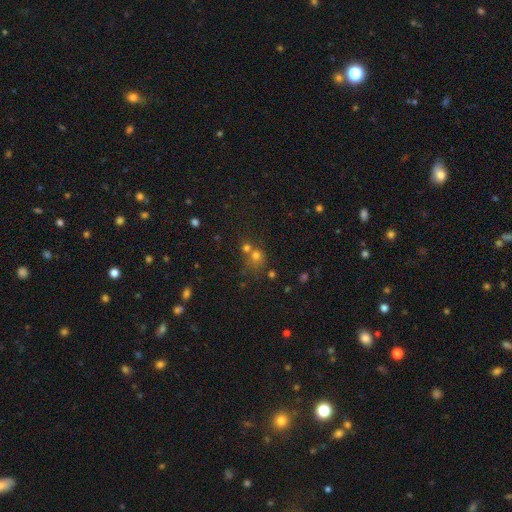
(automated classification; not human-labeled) Smooth or featured? smooth (64%)
How rounded? round (80%)
Merging? none (45%)